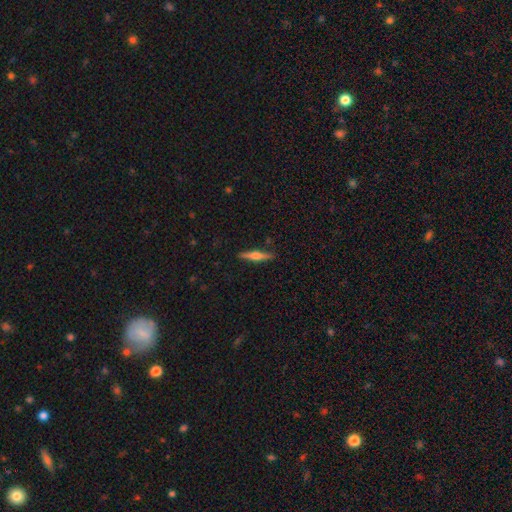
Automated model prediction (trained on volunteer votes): A featured or disk galaxy (54%) viewed edge-on (97%) with a rounded central bulge (85%).

Vote fractions:
- Smooth or featured? featured or disk: 54% / smooth: 40% / star or artifact: 6%
- Edge-on disk? yes: 97% / no: 3%
- Edge-on bulge? rounded: 85% / boxy: 9% / none: 6%
- Merging? none: 88% / minor disturbance: 9% / major disturbance: 2% / merger: 1%